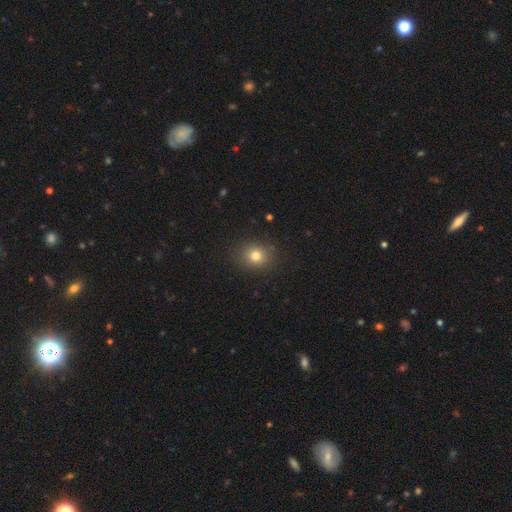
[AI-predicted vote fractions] Morphology: type=smooth (79%); roundness=round (69%); merging=none (87%).